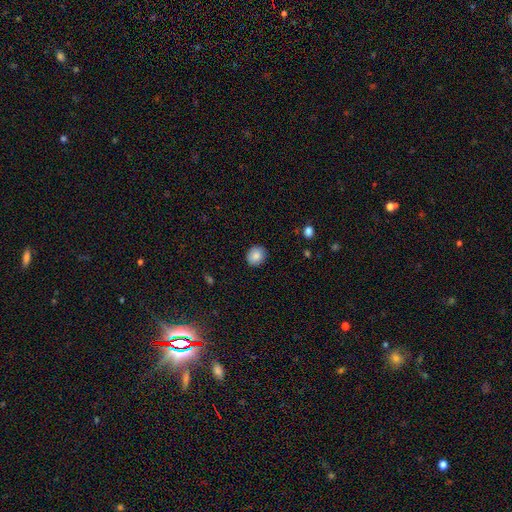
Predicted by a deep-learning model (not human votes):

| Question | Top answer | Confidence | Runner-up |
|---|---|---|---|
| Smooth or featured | smooth | 86% | star or artifact (8%) |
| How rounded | round | 76% | in between (23%) |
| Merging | none | 89% | minor disturbance (8%) |